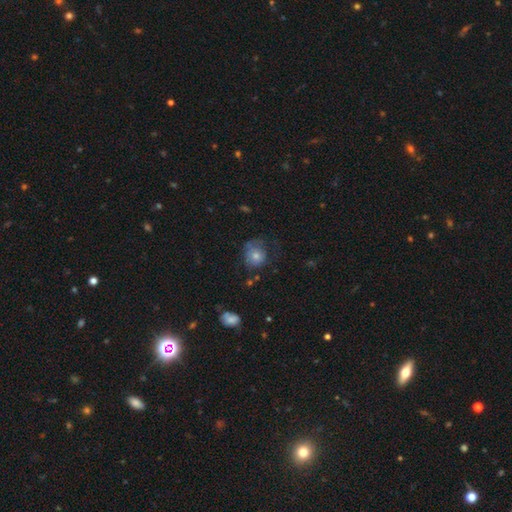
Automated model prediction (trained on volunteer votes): smooth_or_featured: smooth (p=0.71) [alt: featured or disk p=0.20]
how_rounded: round (p=0.78) [alt: in between p=0.21]
merging: none (p=0.50) [alt: minor disturbance p=0.28]